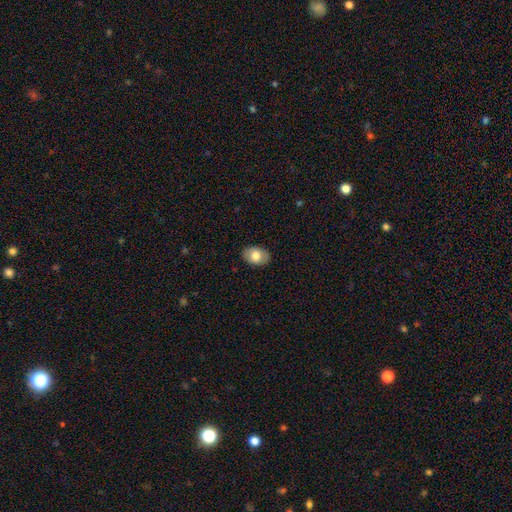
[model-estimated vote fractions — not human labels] smooth-or-featured: smooth: 75% | featured or disk: 18% | star or artifact: 7%
  how-rounded: in between: 84% | round: 15% | cigar-shaped: 1%
  merging: none: 87% | minor disturbance: 10% | major disturbance: 2% | merger: 1%